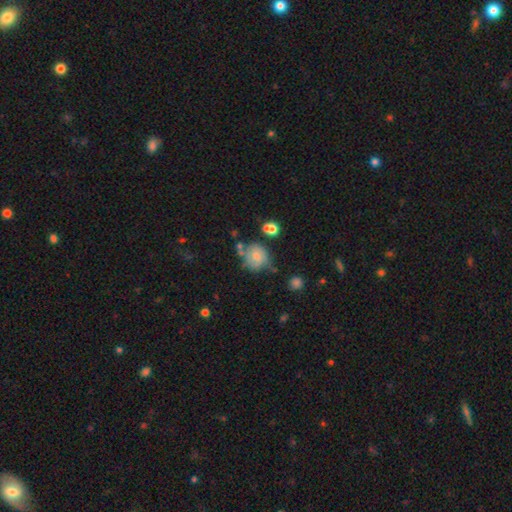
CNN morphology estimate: Smooth or featured? smooth (52%)
How rounded? round (72%)
Merging? none (44%)